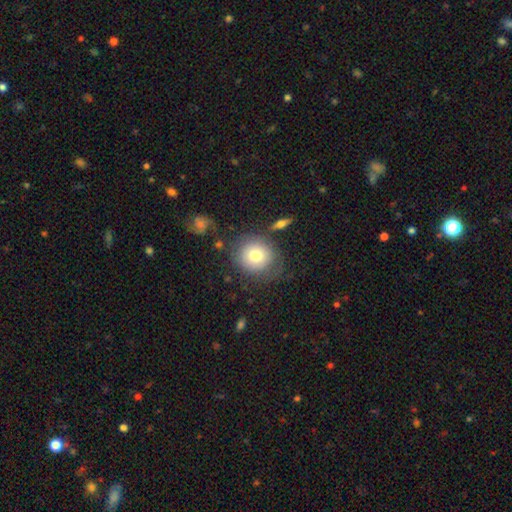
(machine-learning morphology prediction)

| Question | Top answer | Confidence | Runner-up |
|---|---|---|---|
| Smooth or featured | smooth | 74% | featured or disk (17%) |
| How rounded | round | 84% | in between (15%) |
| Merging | none | 70% | minor disturbance (17%) |